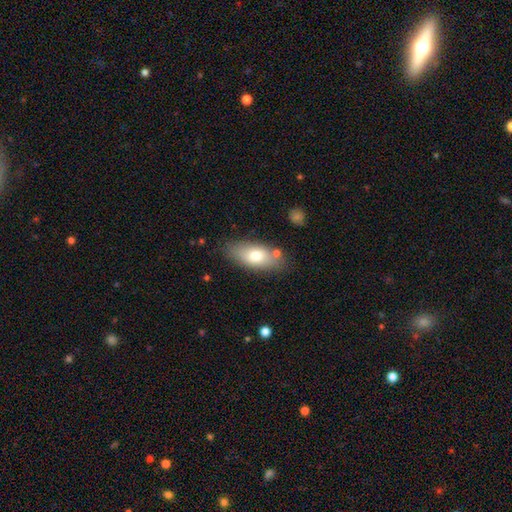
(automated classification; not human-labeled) Overall: smooth (75%). How rounded: in between (86%). Merging: none (77%).